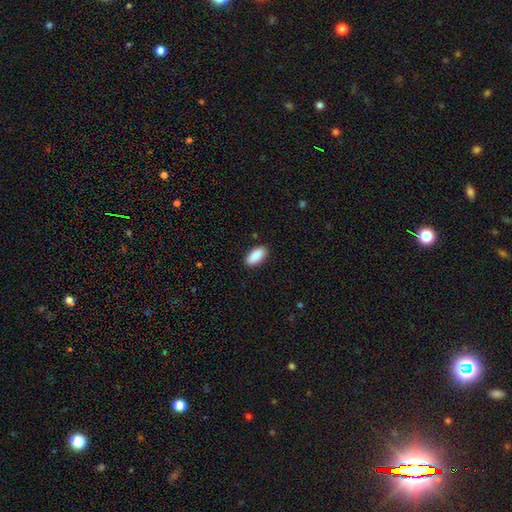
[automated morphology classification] This is clearly a smooth galaxy (91%). How rounded: clearly in between (91%). Merging: clearly none (89%).